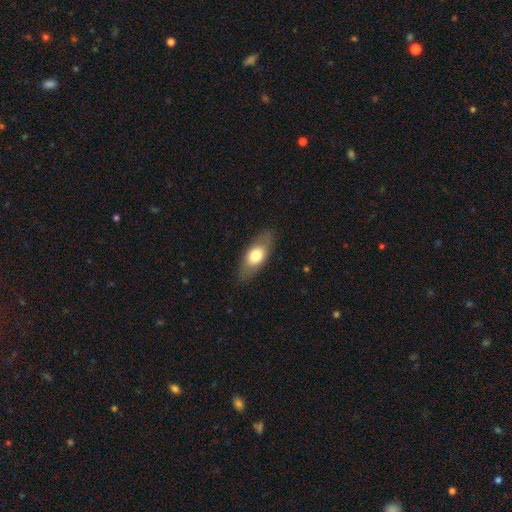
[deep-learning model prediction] Overall: smooth (66%; featured or disk 28%). How rounded: in between (83%). Merging: none (84%).